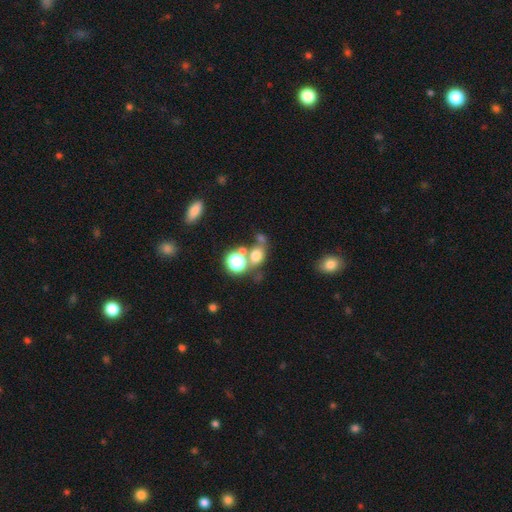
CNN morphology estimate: This is likely a smooth galaxy (66%). How rounded: possibly round (57%). Merging: marginally none (44%).